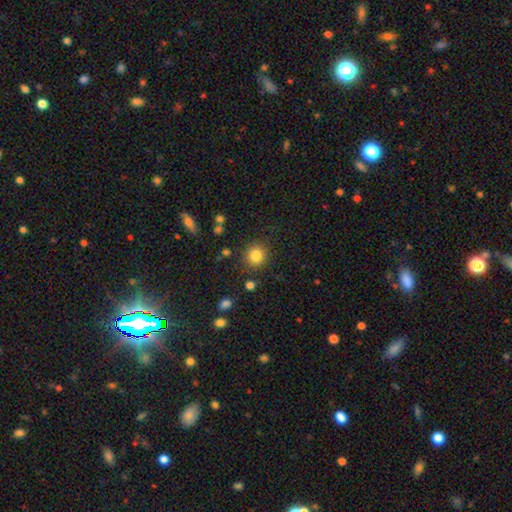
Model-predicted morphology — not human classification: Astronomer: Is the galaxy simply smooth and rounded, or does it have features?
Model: smooth — 83%.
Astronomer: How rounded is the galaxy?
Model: round — 84%.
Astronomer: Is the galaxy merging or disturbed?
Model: none — 86%.